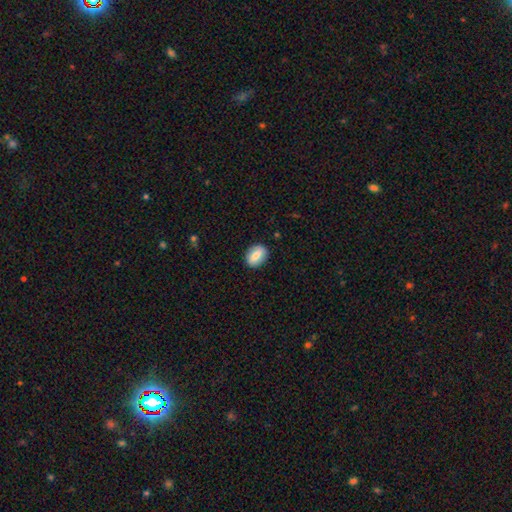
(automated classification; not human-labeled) smooth 73%, featured or disk 21%, star or artifact 7%. Down the decision tree: how rounded — in between (74%); merging — none (88%).